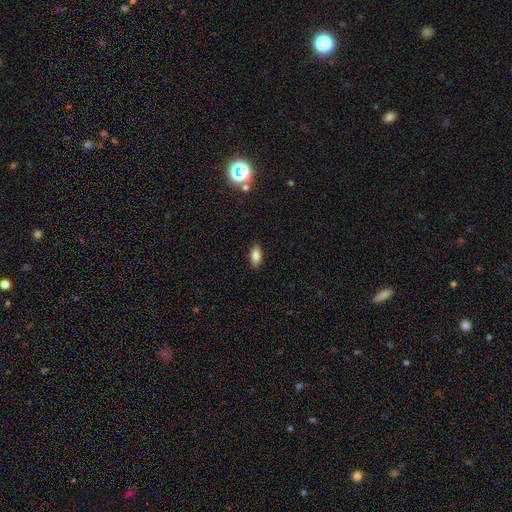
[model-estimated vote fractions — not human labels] A smooth galaxy with no disk features (85%) that is in between round and cigar-shaped (89%).

Vote fractions:
- Smooth or featured? smooth: 85% / star or artifact: 8% / featured or disk: 7%
- How rounded? in between: 89% / cigar-shaped: 7% / round: 3%
- Merging? none: 89% / minor disturbance: 8% / major disturbance: 2% / merger: 1%